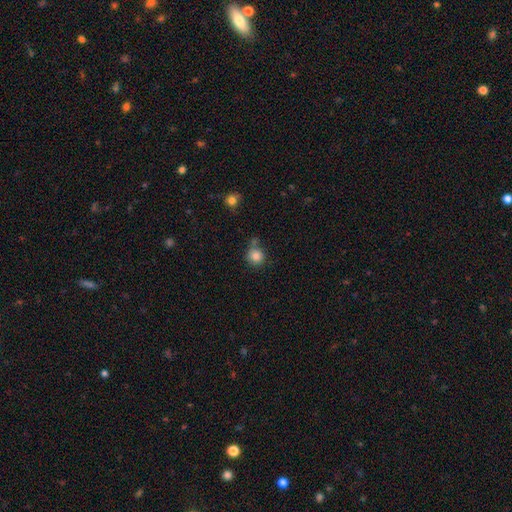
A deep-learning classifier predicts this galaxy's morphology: A smooth galaxy with no disk features (84%) that is round (90%).

Vote fractions:
- Smooth or featured? smooth: 84% / star or artifact: 10% / featured or disk: 5%
- How rounded? round: 90% / in between: 9% / cigar-shaped: 1%
- Merging? none: 64% / minor disturbance: 16% / merger: 15% / major disturbance: 5%